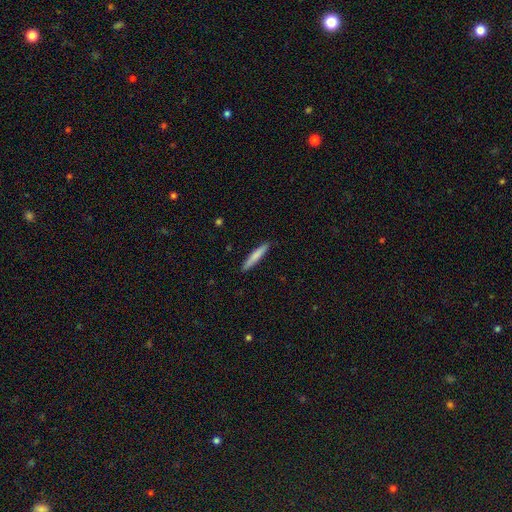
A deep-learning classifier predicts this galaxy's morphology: smooth 77%, featured or disk 17%, star or artifact 5%. Down the decision tree: how rounded — cigar-shaped (93%); merging — none (90%).